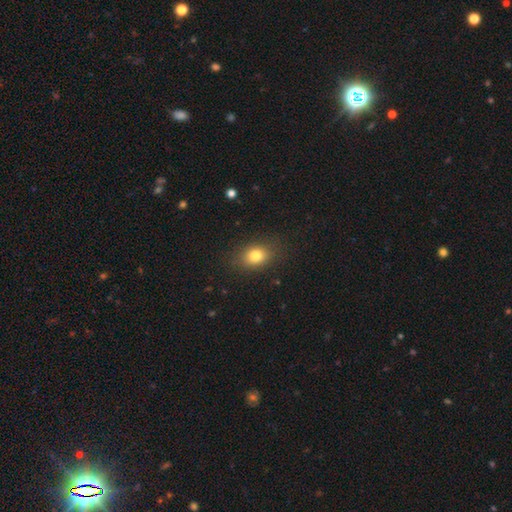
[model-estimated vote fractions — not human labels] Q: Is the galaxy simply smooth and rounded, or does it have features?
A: smooth — 80%.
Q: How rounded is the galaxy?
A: in between — 63%.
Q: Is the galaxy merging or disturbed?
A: none — 84%.